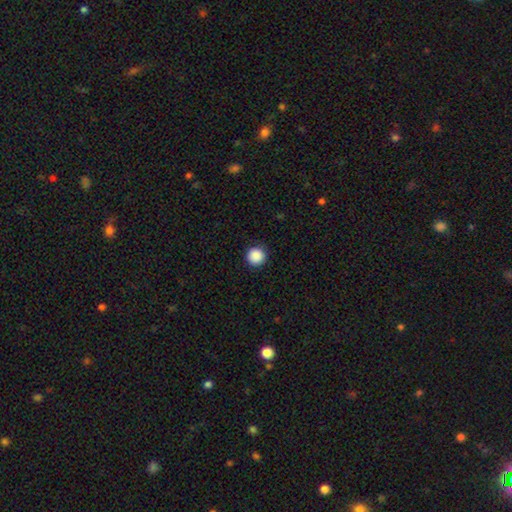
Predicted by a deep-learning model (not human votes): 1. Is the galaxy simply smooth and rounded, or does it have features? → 89% smooth, 9% star or artifact, 2% featured or disk.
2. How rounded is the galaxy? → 96% round, 3% in between, 1% cigar-shaped.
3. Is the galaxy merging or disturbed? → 92% none, 6% minor disturbance, 2% major disturbance, 1% merger.